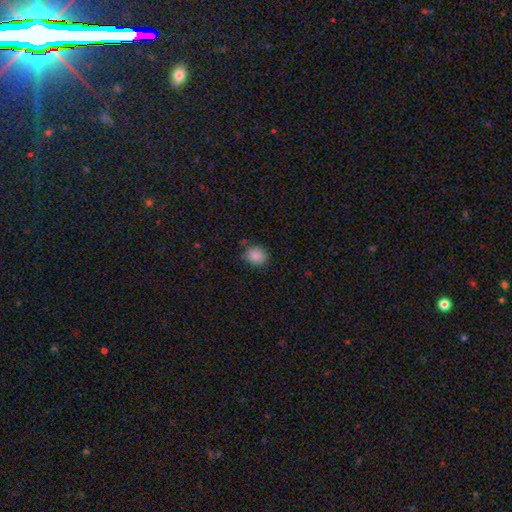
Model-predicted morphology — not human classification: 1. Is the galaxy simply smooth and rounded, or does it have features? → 87% smooth, 9% star or artifact, 4% featured or disk.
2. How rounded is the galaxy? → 70% round, 29% in between, 1% cigar-shaped.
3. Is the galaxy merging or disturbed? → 78% none, 16% minor disturbance, 3% major disturbance, 3% merger.